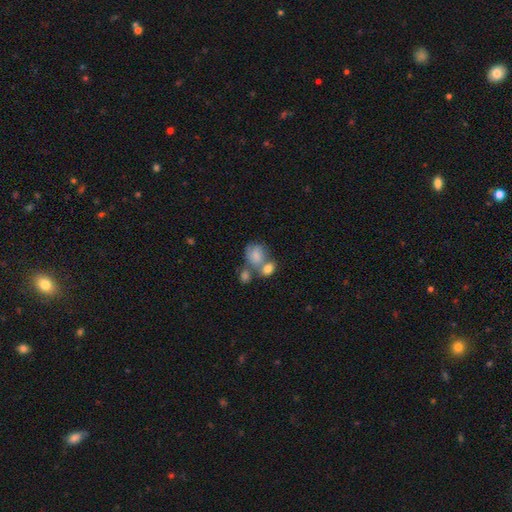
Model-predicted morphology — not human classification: A smooth galaxy with no disk features (73%) that is in between round and cigar-shaped (55%).

Vote fractions:
- Smooth or featured? smooth: 73% / featured or disk: 18% / star or artifact: 9%
- How rounded? in between: 55% / round: 44% / cigar-shaped: 1%
- Merging? merger: 48% / none: 30% / minor disturbance: 14% / major disturbance: 8%